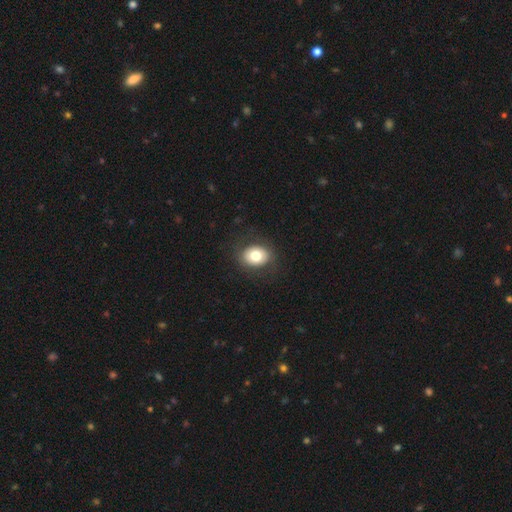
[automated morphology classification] A smooth galaxy with no disk features (77%) that is in between round and cigar-shaped (50%). Merging: none (84%).